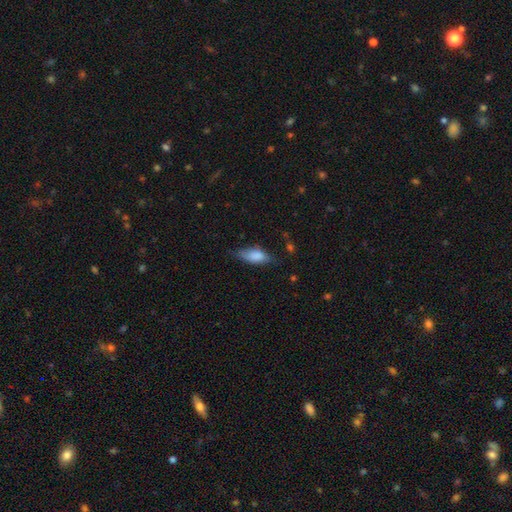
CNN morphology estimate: Smooth or featured? Predicted: smooth (p=0.81). How rounded? Predicted: in between (p=0.81). Merging? Predicted: none (p=0.58).